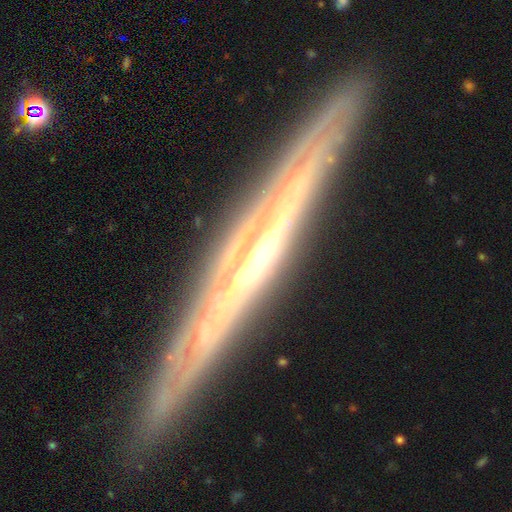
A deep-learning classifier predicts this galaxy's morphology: A featured or disk galaxy (86%) viewed edge-on (89%) with a rounded central bulge (50%).

Vote fractions:
- Smooth or featured? featured or disk: 86% / smooth: 9% / star or artifact: 5%
- Edge-on disk? yes: 89% / no: 11%
- Edge-on bulge? rounded: 50% / none: 42% / boxy: 7%
- Merging? none: 87% / minor disturbance: 9% / major disturbance: 2% / merger: 1%